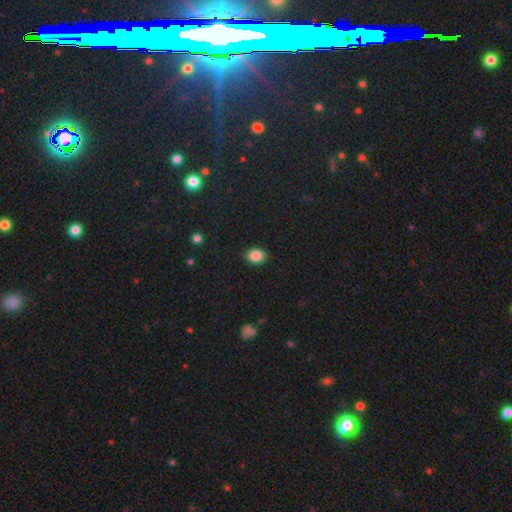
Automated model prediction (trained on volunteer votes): This appears to be a smooth galaxy with no disk features (87%) that is in between round and cigar-shaped (65%). Merging: none (88%).